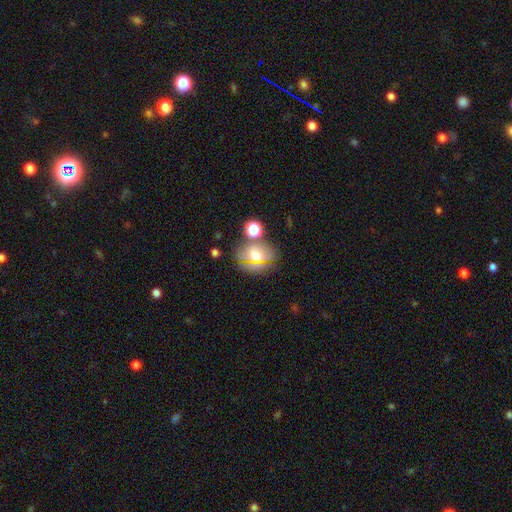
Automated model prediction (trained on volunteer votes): smooth-or-featured: smooth: 60% | star or artifact: 22% | featured or disk: 18%
  how-rounded: round: 52% | in between: 47% | cigar-shaped: 2%
  merging: none: 68% | minor disturbance: 14% | merger: 12% | major disturbance: 6%